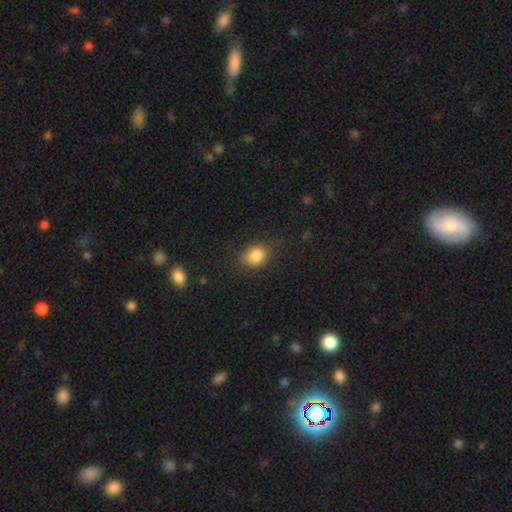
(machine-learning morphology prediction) smooth 85%, star or artifact 10%, featured or disk 5%. Down the decision tree: how rounded — round (51%); merging — none (77%).